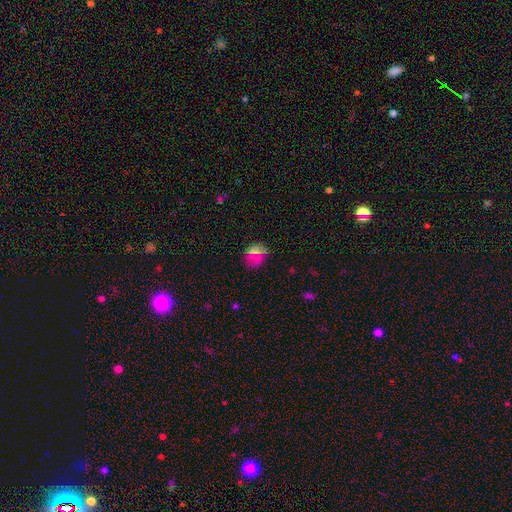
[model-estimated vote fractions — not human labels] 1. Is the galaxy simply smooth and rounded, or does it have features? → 65% smooth, 24% star or artifact, 11% featured or disk.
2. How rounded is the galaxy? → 59% round, 39% in between, 2% cigar-shaped.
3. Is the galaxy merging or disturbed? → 77% none, 16% minor disturbance, 6% major disturbance, 2% merger.